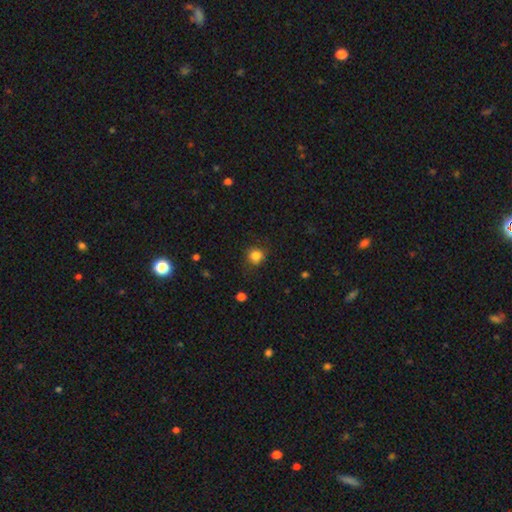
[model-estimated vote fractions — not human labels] This appears to be a smooth galaxy with no disk features (82%) that is round (85%). Merging: none (77%).